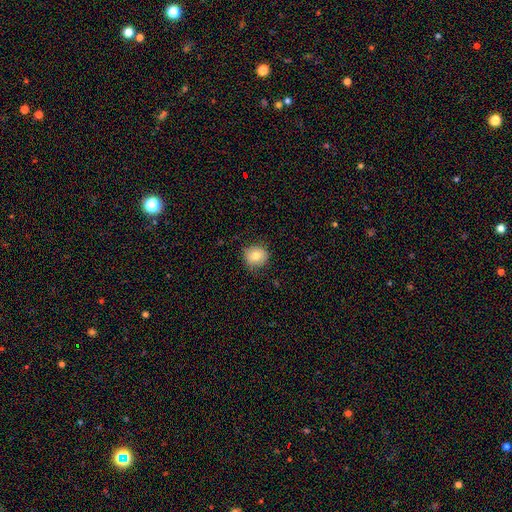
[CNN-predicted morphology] A smooth galaxy with no disk features (77%) that is round (90%). Merging: none (80%).